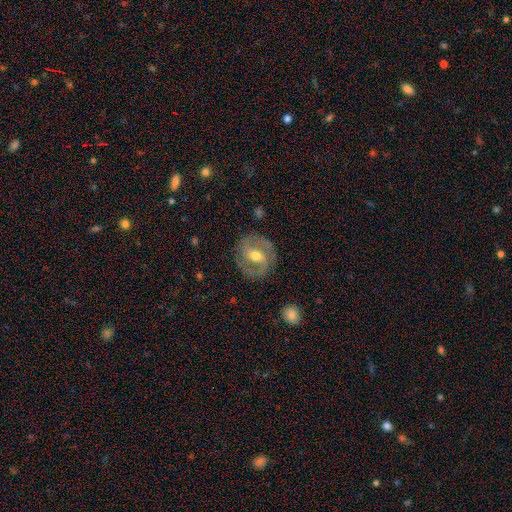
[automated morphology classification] A featured or disk galaxy (80%) with a weak bar (43%), 2 (88%) medium (49%) spiral arms (89%) and a moderate central bulge (71%).

Vote fractions:
- Smooth or featured? featured or disk: 80% / smooth: 14% / star or artifact: 6%
- Edge-on disk? no: 96% / yes: 4%
- Bar? weak: 43% / strong: 35% / no: 22%
- Spiral arms? yes: 89% / no: 11%
- Spiral winding? medium: 49% / tight: 36% / loose: 15%
- Spiral arm count? 2: 88% / can't tell: 6% / 1: 2% / 3: 2% / 4: 1% / more than 4: 1%
- Bulge size? moderate: 71% / small: 22% / large: 5% / none: 1% / dominant: 1%
- Merging? none: 84% / minor disturbance: 11% / major disturbance: 4% / merger: 1%